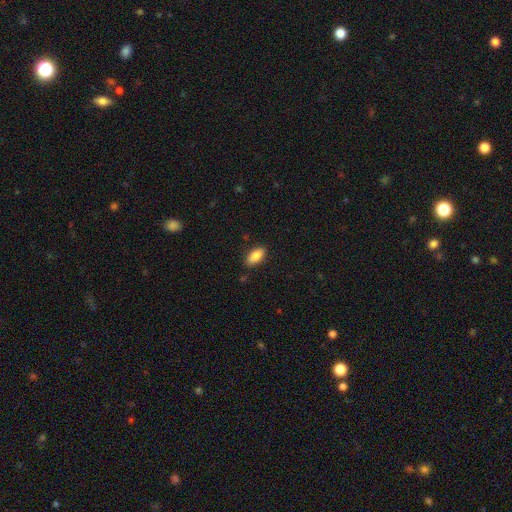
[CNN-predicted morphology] Smooth or featured: smooth — 85% (featured or disk — 8%)
How rounded: in between — 90% (cigar-shaped — 8%)
Merging: none — 85% (minor disturbance — 11%)